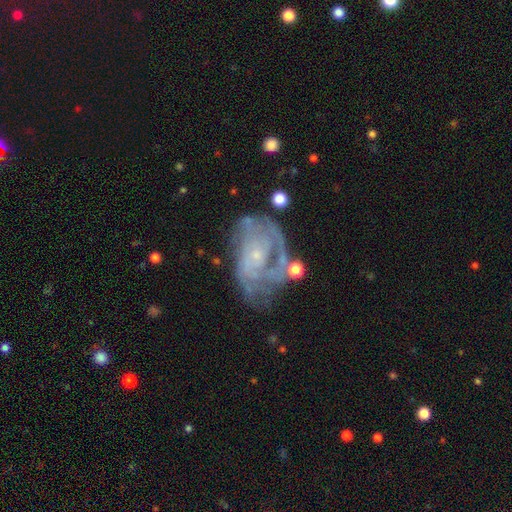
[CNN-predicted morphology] type=featured or disk (79%); edge-on=no (97%); bar=no (73%); spiral arms=yes (82%); winding=tight (55%); arm count=can't tell (44%); bulge=small (77%); merging=none (42%).